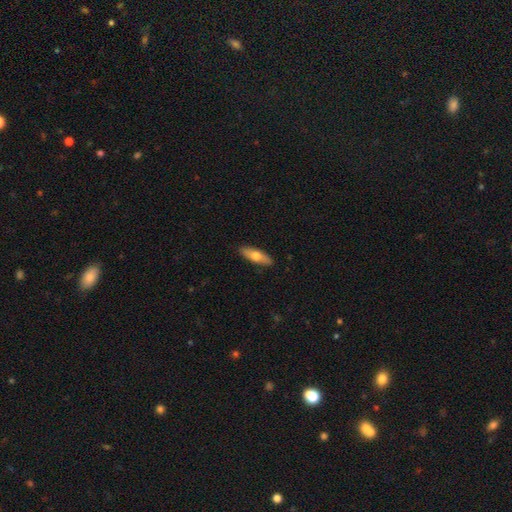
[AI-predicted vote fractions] smooth_or_featured: smooth (p=0.66) [alt: featured or disk p=0.28]
how_rounded: in between (p=0.51) [alt: cigar-shaped p=0.46]
merging: none (p=0.89) [alt: minor disturbance p=0.08]